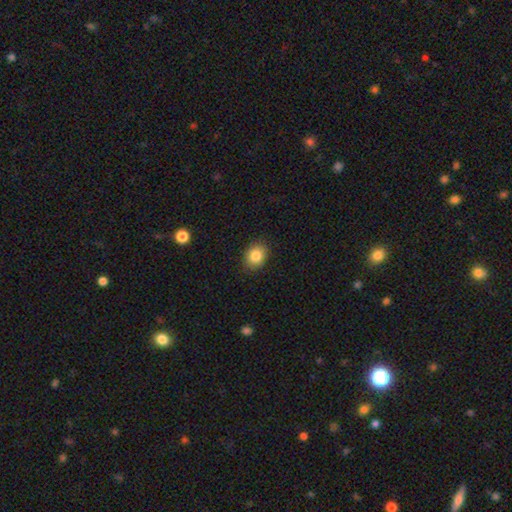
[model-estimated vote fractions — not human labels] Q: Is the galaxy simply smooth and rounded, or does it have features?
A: smooth — 86%.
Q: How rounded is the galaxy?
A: in between — 55%.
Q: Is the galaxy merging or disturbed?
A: none — 87%.